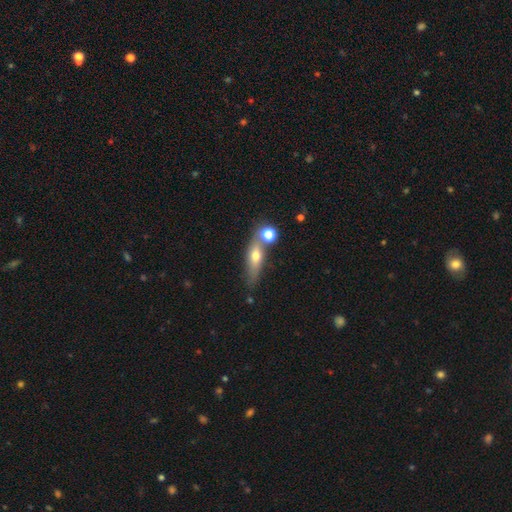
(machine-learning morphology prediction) Smooth or featured?
  - smooth: 54% *
  - featured or disk: 36%
  - star or artifact: 10%
How rounded?
  - in between: 48% *
  - cigar-shaped: 44%
  - round: 8%
Merging?
  - none: 57% *
  - merger: 21%
  - minor disturbance: 16%
  - major disturbance: 6%